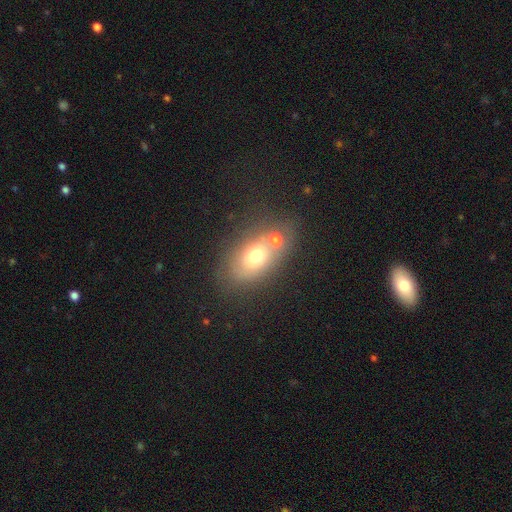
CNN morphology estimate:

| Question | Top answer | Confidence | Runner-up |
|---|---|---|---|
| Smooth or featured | smooth | 64% | featured or disk (23%) |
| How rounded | in between | 78% | round (19%) |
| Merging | none | 47% | merger (34%) |